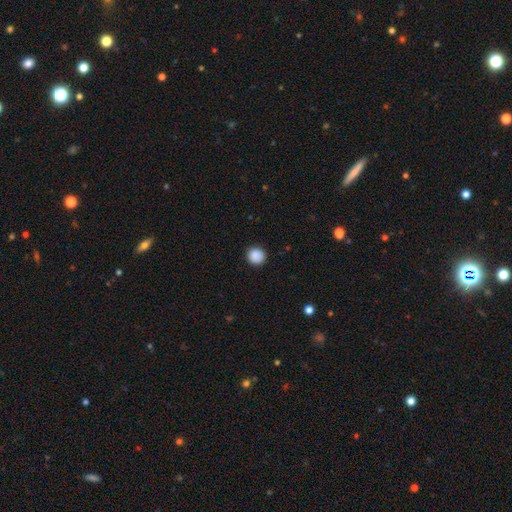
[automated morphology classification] This is clearly a smooth galaxy (89%). How rounded: clearly round (92%). Merging: clearly none (90%).